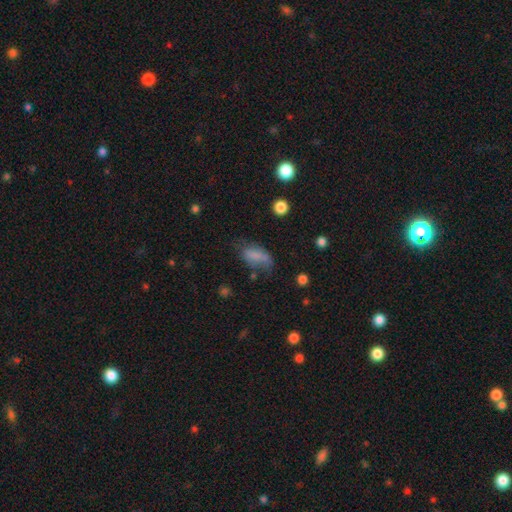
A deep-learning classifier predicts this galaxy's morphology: Smooth or featured? Predicted: smooth (p=0.73). How rounded? Predicted: in between (p=0.86). Merging? Predicted: none (p=0.40).